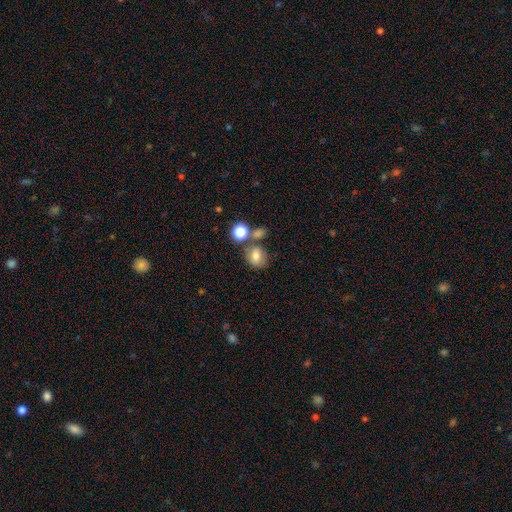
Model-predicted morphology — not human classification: This appears to be a smooth galaxy with no disk features (75%) that is round (62%). Merging: none (59%).